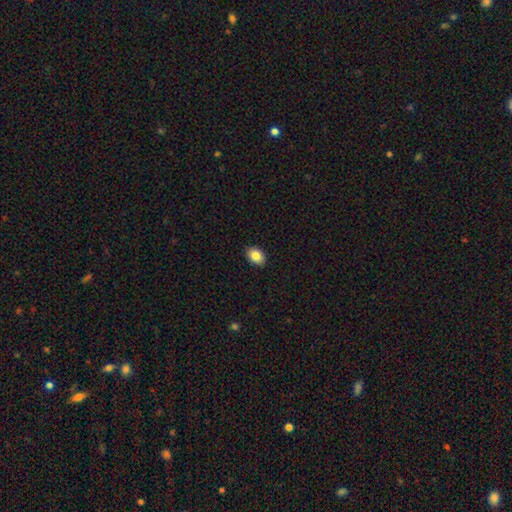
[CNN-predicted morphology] Smooth or featured: smooth — 85% (star or artifact — 8%)
How rounded: in between — 77% (round — 22%)
Merging: none — 90% (minor disturbance — 7%)